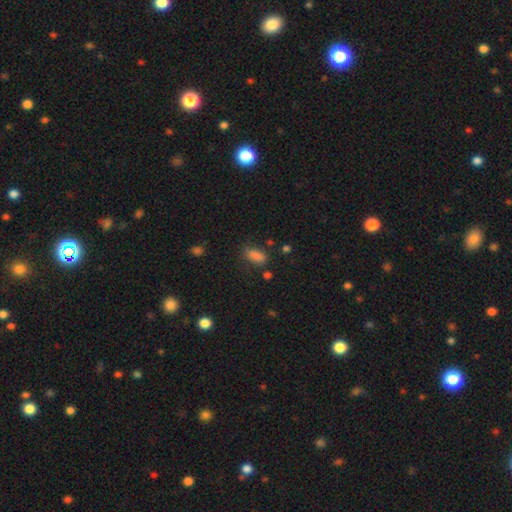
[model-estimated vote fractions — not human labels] The model was most divided on "merging": none: 69%, minor disturbance: 21%, major disturbance: 7%, merger: 3%. More confident: smooth or featured — smooth (83%); how rounded — in between (83%).